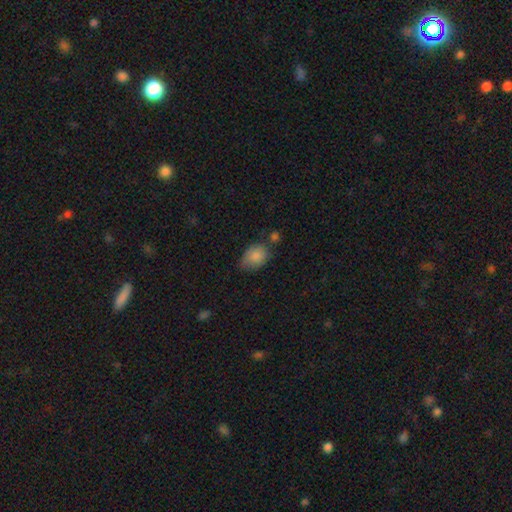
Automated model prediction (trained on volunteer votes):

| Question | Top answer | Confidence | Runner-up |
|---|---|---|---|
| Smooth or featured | smooth | 84% | featured or disk (8%) |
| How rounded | in between | 78% | round (21%) |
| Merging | none | 53% | minor disturbance (31%) |